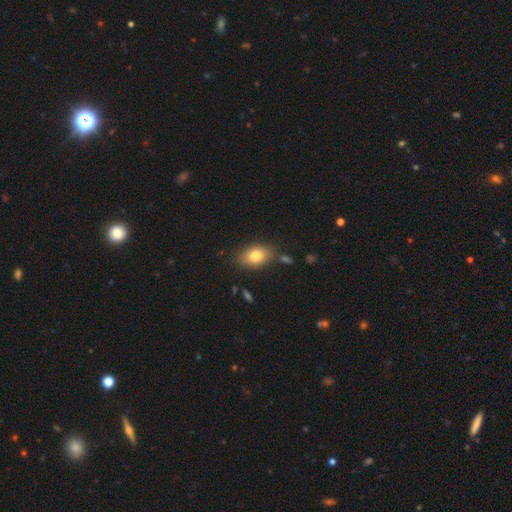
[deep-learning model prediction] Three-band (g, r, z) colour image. It shows a smooth galaxy with no disk features (81%) that is in between round and cigar-shaped (83%). Merging: none (77%).